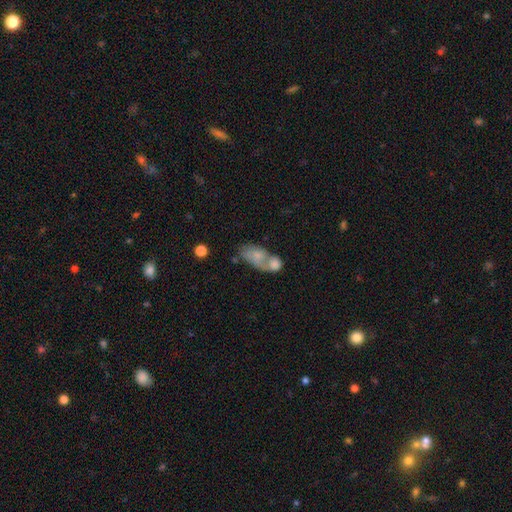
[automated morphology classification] Smooth or featured? smooth (68%)
How rounded? in between (85%)
Merging? merger (60%)